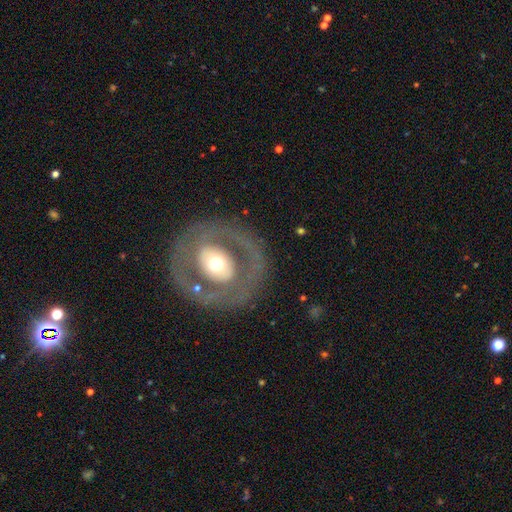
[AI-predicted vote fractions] A featured or disk galaxy (69%) with no bar (57%), no spiral arms (68%) and a moderate central bulge (62%).

Vote fractions:
- Smooth or featured? featured or disk: 69% / smooth: 25% / star or artifact: 7%
- Edge-on disk? no: 94% / yes: 6%
- Bar? no: 57% / weak: 25% / strong: 18%
- Spiral arms? no: 68% / yes: 32%
- Bulge size? moderate: 62% / small: 20% / large: 15% / dominant: 2% / none: 1%
- Merging? none: 80% / minor disturbance: 11% / major disturbance: 7% / merger: 2%